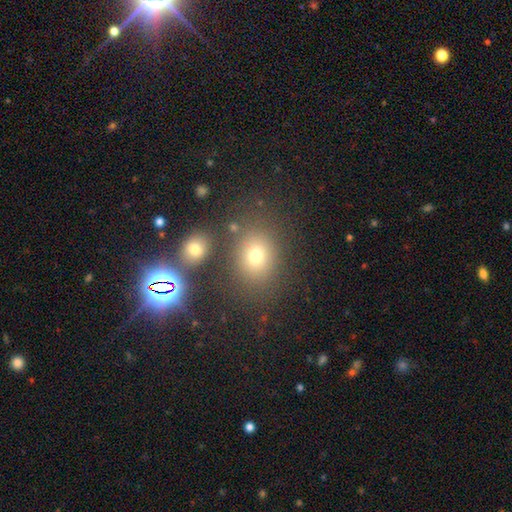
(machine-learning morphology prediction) Smooth or featured? Predicted: smooth (p=0.69). How rounded? Predicted: round (p=0.54). Merging? Predicted: none (p=0.77).